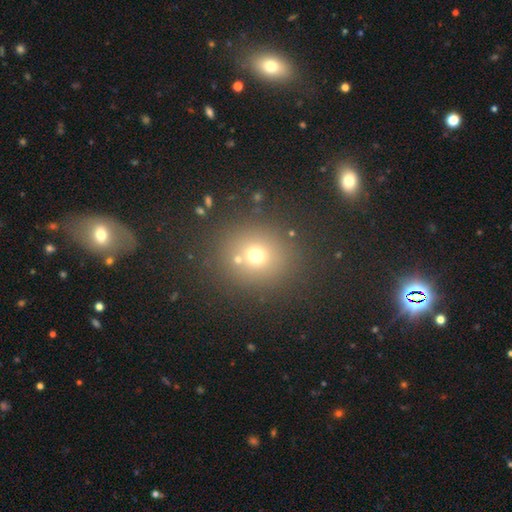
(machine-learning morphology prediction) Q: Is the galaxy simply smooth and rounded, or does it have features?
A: smooth — 67%.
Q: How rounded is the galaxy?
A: round — 86%.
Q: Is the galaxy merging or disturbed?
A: none — 78%.